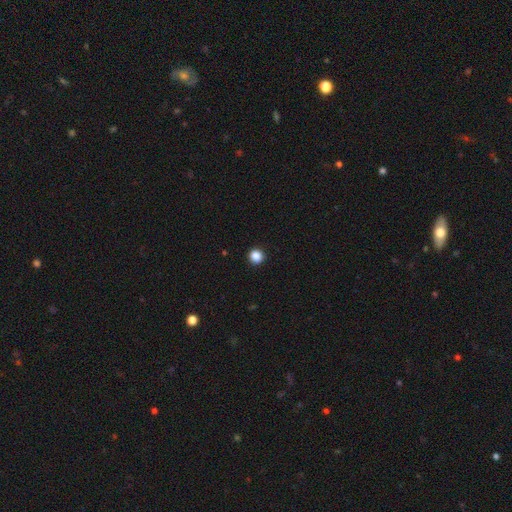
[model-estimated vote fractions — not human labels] This is clearly a smooth galaxy (86%). How rounded: clearly round (93%). Merging: clearly none (94%).